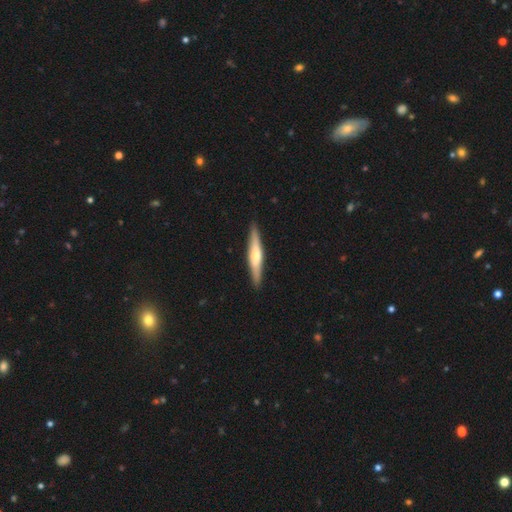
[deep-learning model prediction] Smooth or featured? featured or disk (54%)
Edge-on disk? yes (95%)
Edge-on bulge? rounded (71%)
Merging? none (91%)